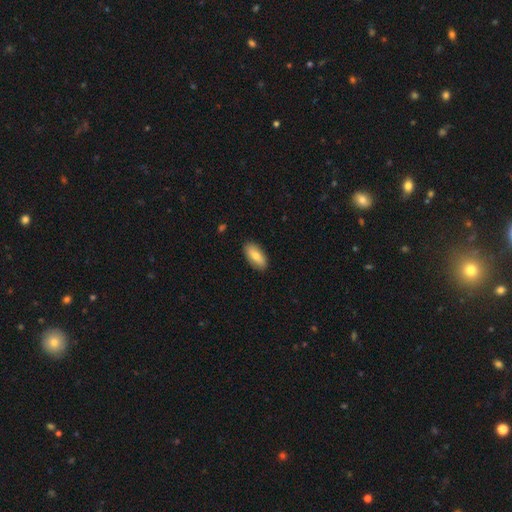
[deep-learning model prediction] The model was most divided on "smooth or featured": smooth: 77%, featured or disk: 16%, star or artifact: 6%. More confident: merging — none (88%); how rounded — in between (86%).